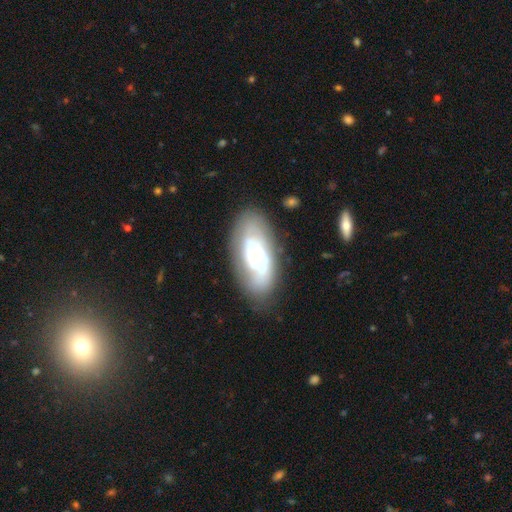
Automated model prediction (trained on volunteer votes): Smooth or featured? featured or disk (68%)
Edge-on disk? no (93%)
Bar? no (77%)
Spiral arms? yes (55%)
Bulge size? small (56%)
Merging? none (65%)